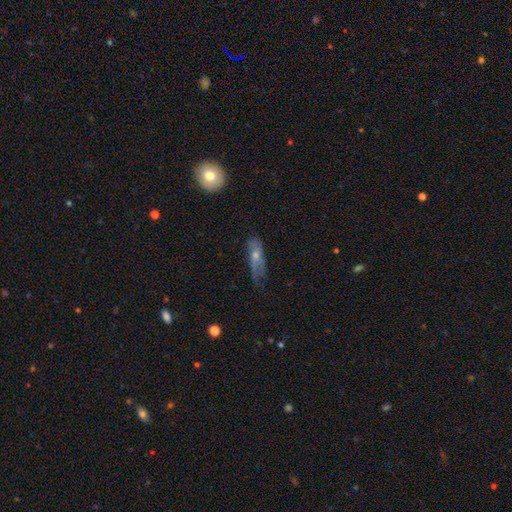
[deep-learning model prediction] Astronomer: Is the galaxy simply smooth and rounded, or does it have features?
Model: smooth — 45%, tied with featured or disk at 45%.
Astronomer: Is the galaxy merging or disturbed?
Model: none — 48% (runner-up: minor disturbance, 35%).